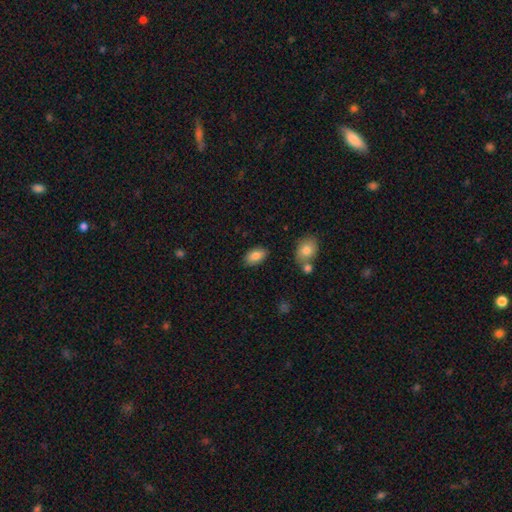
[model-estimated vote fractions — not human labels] This appears to be a smooth galaxy with no disk features (84%) that is in between round and cigar-shaped (93%). Merging: none (84%).